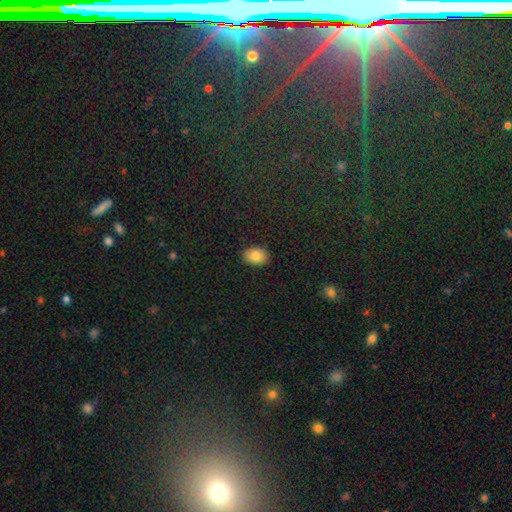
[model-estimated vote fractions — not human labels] A smooth galaxy with no disk features (84%) that is in between round and cigar-shaped (78%).

Vote fractions:
- Smooth or featured? smooth: 84% / star or artifact: 9% / featured or disk: 8%
- How rounded? in between: 78% / round: 21% / cigar-shaped: 1%
- Merging? none: 89% / minor disturbance: 8% / major disturbance: 2% / merger: 1%